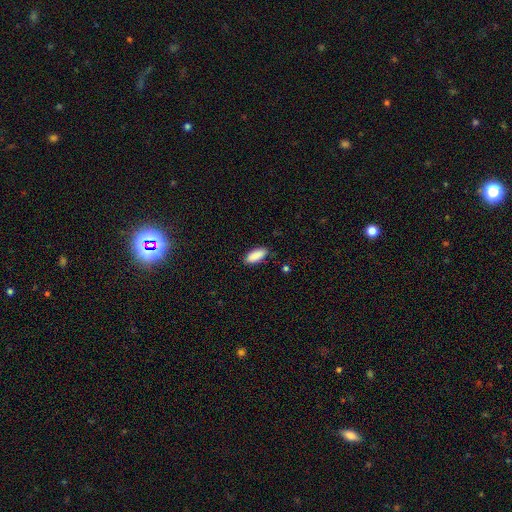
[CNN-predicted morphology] Overall: smooth (90%). How rounded: in between (84%). Merging: none (85%).